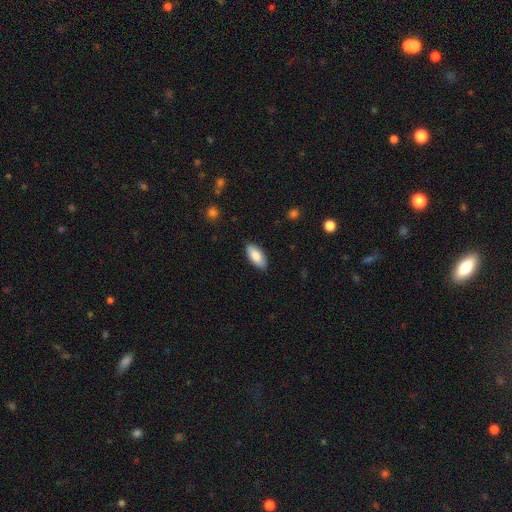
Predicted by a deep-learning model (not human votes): This is clearly a smooth galaxy (85%). How rounded: clearly in between (89%). Merging: clearly none (87%).